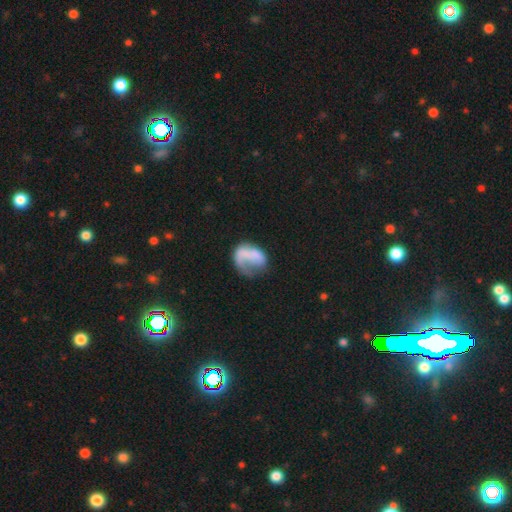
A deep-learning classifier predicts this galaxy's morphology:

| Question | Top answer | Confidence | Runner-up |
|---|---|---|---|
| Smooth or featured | smooth | 53% | featured or disk (39%) |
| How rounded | in between | 60% | round (39%) |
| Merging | major disturbance | 46% | none (25%) |